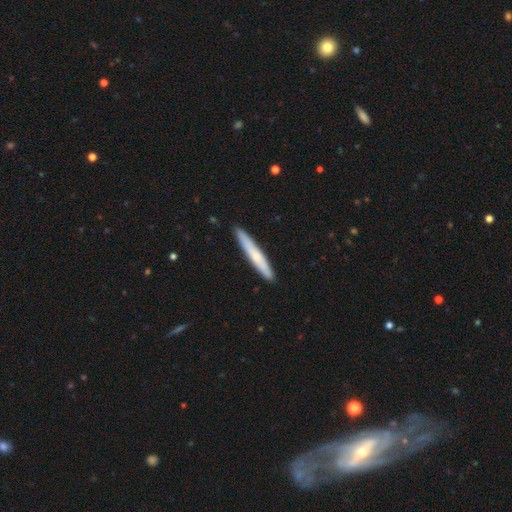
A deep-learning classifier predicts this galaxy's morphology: A smooth galaxy with no disk features (59%) that is cigar-shaped (95%).

Vote fractions:
- Smooth or featured? smooth: 59% / featured or disk: 35% / star or artifact: 5%
- How rounded? cigar-shaped: 95% / in between: 4% / round: 1%
- Merging? none: 91% / minor disturbance: 7% / major disturbance: 1% / merger: 1%